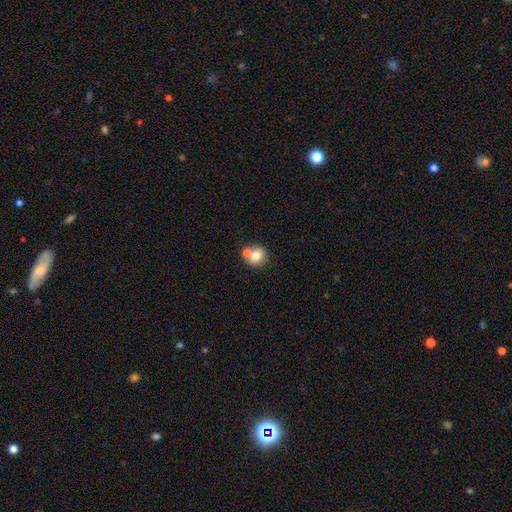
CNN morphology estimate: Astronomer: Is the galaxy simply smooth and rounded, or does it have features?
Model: smooth — 76%.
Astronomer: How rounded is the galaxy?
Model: round — 77%.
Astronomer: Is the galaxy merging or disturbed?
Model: none — 54% (runner-up: merger, 32%).